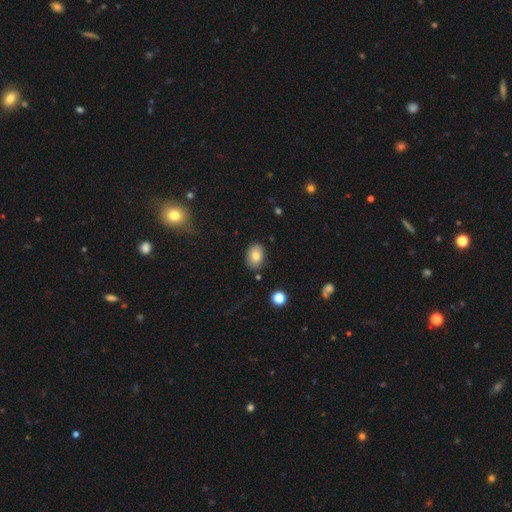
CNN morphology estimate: Smooth or featured?
  - smooth: 82% *
  - featured or disk: 9%
  - star or artifact: 9%
How rounded?
  - in between: 80% *
  - round: 19%
  - cigar-shaped: 1%
Merging?
  - none: 83% *
  - minor disturbance: 12%
  - major disturbance: 3%
  - merger: 2%